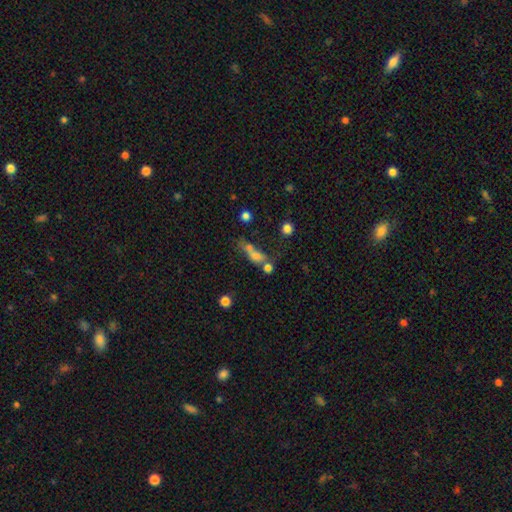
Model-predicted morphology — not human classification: Smooth or featured?
  - smooth: 62% *
  - featured or disk: 22%
  - star or artifact: 16%
How rounded?
  - in between: 52% *
  - cigar-shaped: 29%
  - round: 19%
Merging?
  - merger: 38% *
  - none: 26%
  - major disturbance: 19%
  - minor disturbance: 16%